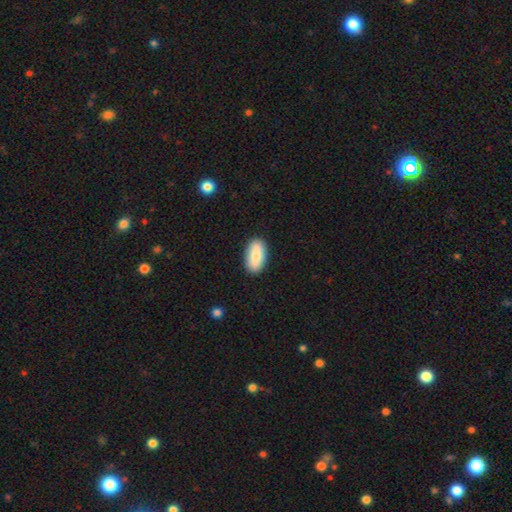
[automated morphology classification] type=smooth (83%); roundness=in between (89%); merging=none (88%).